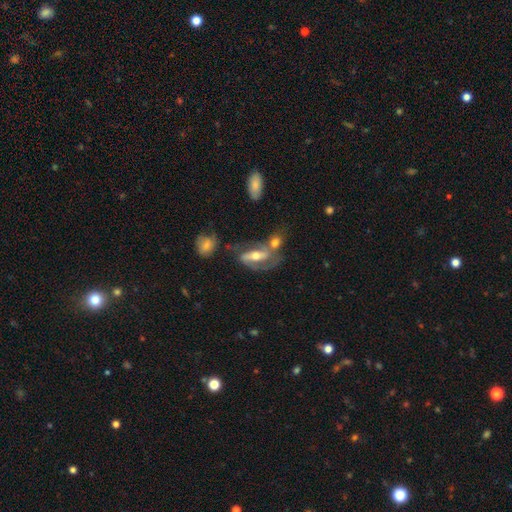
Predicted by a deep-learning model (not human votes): Smooth or featured? featured or disk (73%)
Edge-on disk? no (86%)
Bar? strong (43%)
Spiral arms? yes (81%)
Spiral winding? medium (43%)
Spiral arm count? 2 (73%)
Bulge size? moderate (66%)
Merging? none (41%)